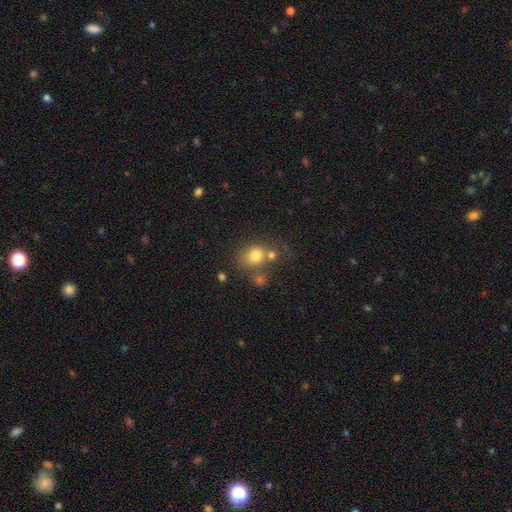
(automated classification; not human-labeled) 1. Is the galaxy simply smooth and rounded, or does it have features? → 77% smooth, 13% star or artifact, 11% featured or disk.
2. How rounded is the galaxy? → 75% round, 24% in between, 1% cigar-shaped.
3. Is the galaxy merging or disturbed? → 50% none, 31% merger, 12% minor disturbance, 7% major disturbance.